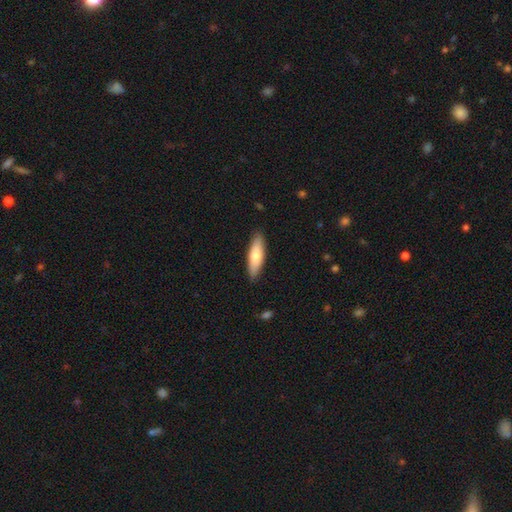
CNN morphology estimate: Q: Smooth or featured?
A: smooth (74%); runner-up: featured or disk (21%)
Q: How rounded?
A: cigar-shaped (53%); runner-up: in between (46%)
Q: Merging?
A: none (88%); runner-up: minor disturbance (9%)